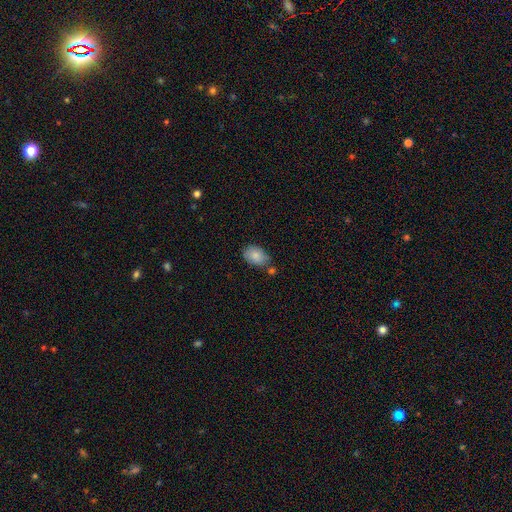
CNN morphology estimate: A smooth galaxy with no disk features (83%) that is in between round and cigar-shaped (85%).

Vote fractions:
- Smooth or featured? smooth: 83% / featured or disk: 10% / star or artifact: 7%
- How rounded? in between: 85% / round: 13% / cigar-shaped: 1%
- Merging? none: 60% / minor disturbance: 22% / merger: 12% / major disturbance: 5%